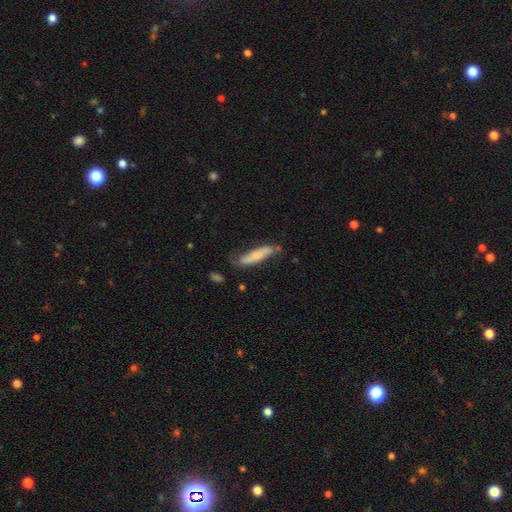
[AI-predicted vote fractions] Smooth or featured: smooth — 50% (featured or disk — 43%)
Merging: none — 66% (minor disturbance — 25%)